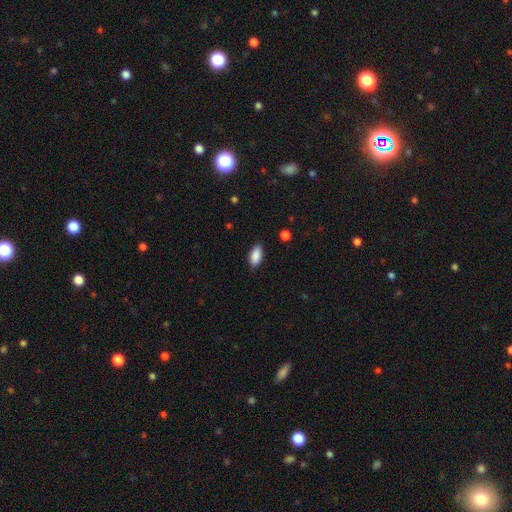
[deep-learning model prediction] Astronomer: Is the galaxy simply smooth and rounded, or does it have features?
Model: smooth — 89%.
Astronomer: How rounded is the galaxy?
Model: in between — 92%.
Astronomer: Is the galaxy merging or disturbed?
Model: none — 84%.